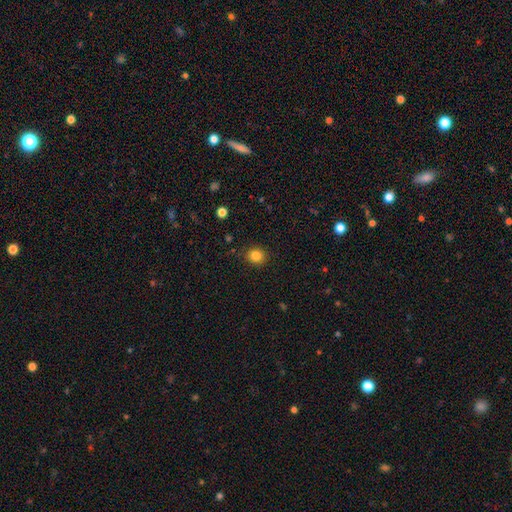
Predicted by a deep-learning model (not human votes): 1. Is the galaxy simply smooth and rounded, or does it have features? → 84% smooth, 12% star or artifact, 5% featured or disk.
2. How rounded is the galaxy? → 84% round, 15% in between, 1% cigar-shaped.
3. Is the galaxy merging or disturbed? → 87% none, 9% minor disturbance, 3% major disturbance, 1% merger.